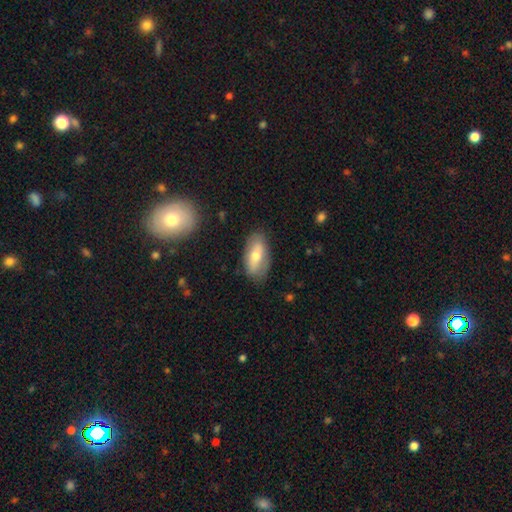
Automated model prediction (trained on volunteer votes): Overall: smooth (60%; featured or disk 33%). How rounded: in between (89%). Merging: none (80%).